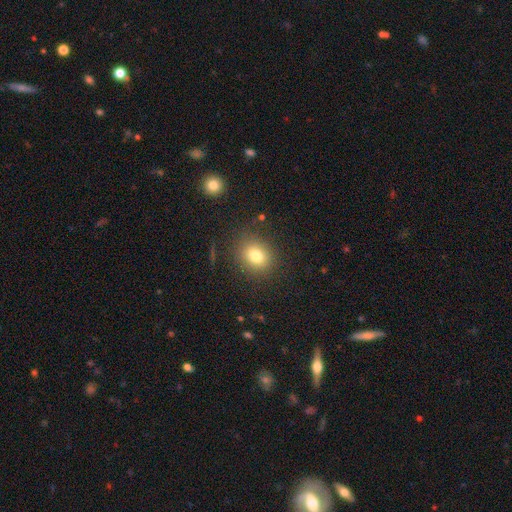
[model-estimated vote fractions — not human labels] The model was most divided on "how rounded": round: 66%, in between: 33%, cigar-shaped: 1%. More confident: merging — none (85%); smooth or featured — smooth (78%).